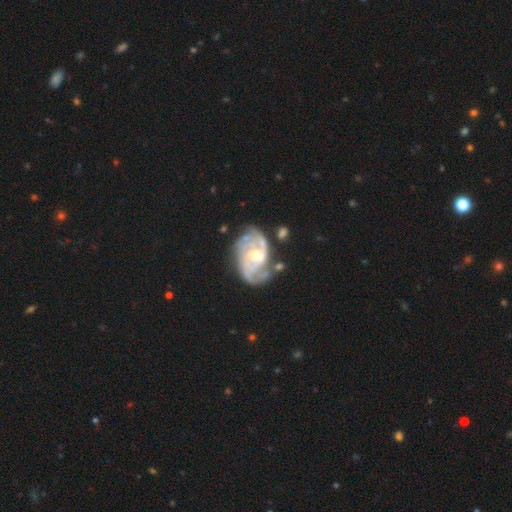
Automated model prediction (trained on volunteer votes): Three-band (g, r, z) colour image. It shows a featured or disk galaxy (88%) with no bar (51%), 2 (38%) tight (49%) spiral arms (94%) and a moderate central bulge (57%). Merging: none (59%).